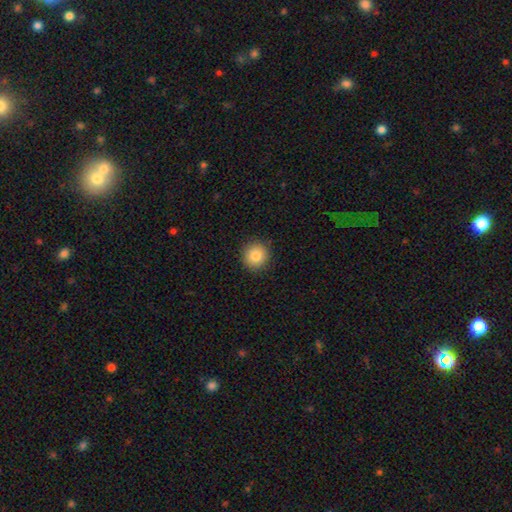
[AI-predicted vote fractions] Morphology: type=smooth (85%); roundness=round (94%); merging=none (91%).